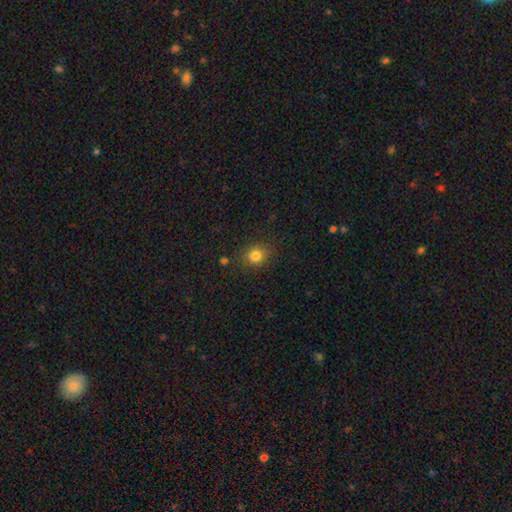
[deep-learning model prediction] smooth_or_featured: smooth (p=0.82) [alt: star or artifact p=0.13]
how_rounded: round (p=0.84) [alt: in between p=0.15]
merging: none (p=0.85) [alt: minor disturbance p=0.10]